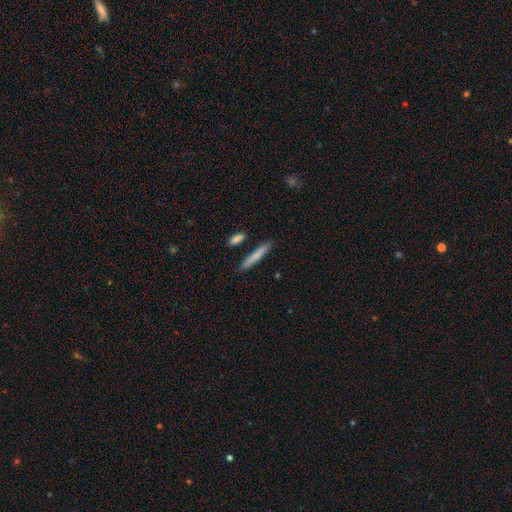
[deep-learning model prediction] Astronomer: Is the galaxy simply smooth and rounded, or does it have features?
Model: smooth — 75%.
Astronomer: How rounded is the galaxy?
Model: cigar-shaped — 94%.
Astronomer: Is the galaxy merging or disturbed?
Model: none — 86%.